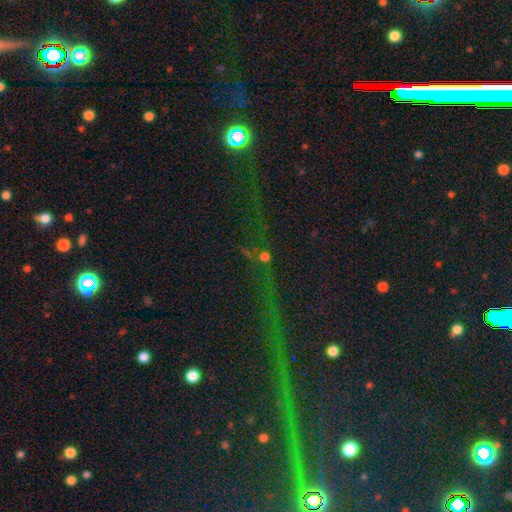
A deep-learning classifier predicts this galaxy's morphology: smooth-or-featured: star or artifact: 82% | smooth: 9% | featured or disk: 9%